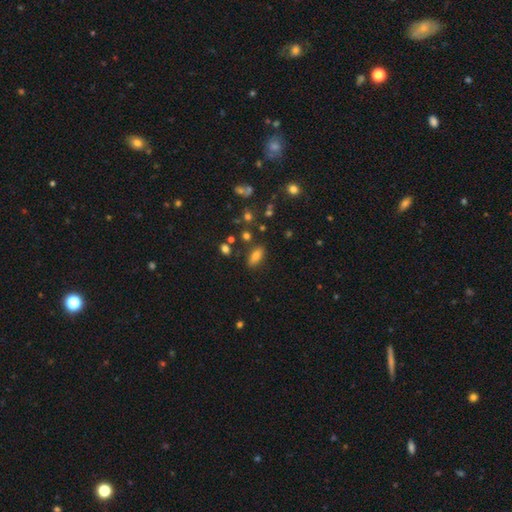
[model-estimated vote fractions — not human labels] Smooth or featured?
  - smooth: 78% *
  - star or artifact: 14%
  - featured or disk: 8%
How rounded?
  - in between: 83% *
  - cigar-shaped: 12%
  - round: 5%
Merging?
  - none: 82% *
  - minor disturbance: 11%
  - merger: 4%
  - major disturbance: 3%